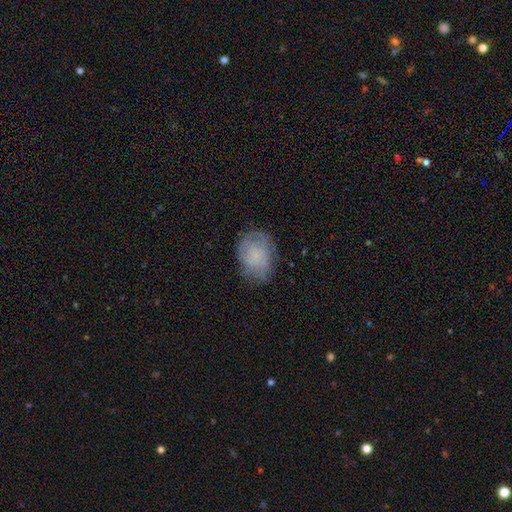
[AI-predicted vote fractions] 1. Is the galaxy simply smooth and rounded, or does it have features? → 58% smooth, 33% featured or disk, 10% star or artifact.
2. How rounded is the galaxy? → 65% in between, 34% round, 1% cigar-shaped.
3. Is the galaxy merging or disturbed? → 65% none, 24% minor disturbance, 10% major disturbance, 1% merger.